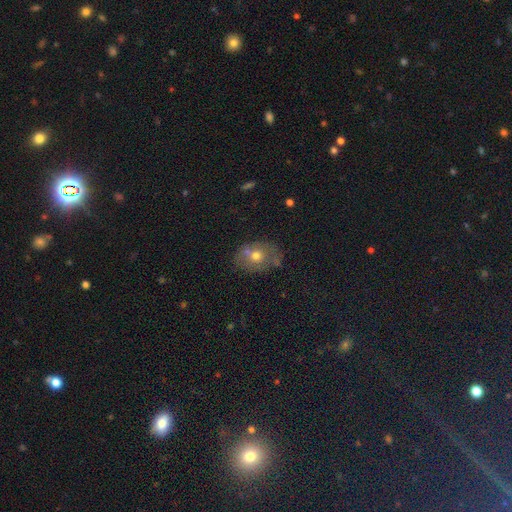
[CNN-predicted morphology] Smooth or featured?
  - smooth: 59% *
  - featured or disk: 29%
  - star or artifact: 12%
How rounded?
  - in between: 61% *
  - round: 37%
  - cigar-shaped: 1%
Merging?
  - none: 62% *
  - minor disturbance: 19%
  - merger: 13%
  - major disturbance: 6%